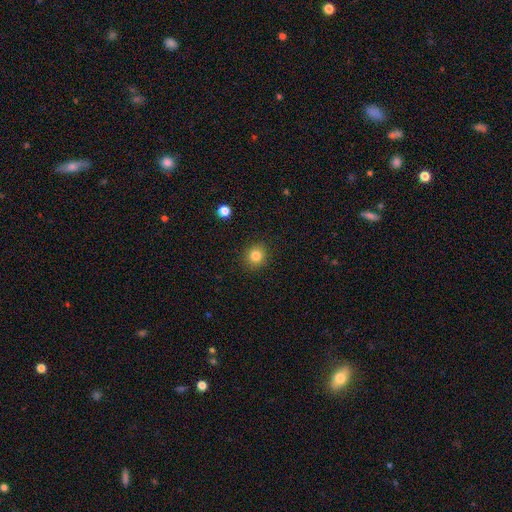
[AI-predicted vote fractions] A smooth galaxy with no disk features (83%) that is round (84%). Merging: none (91%).